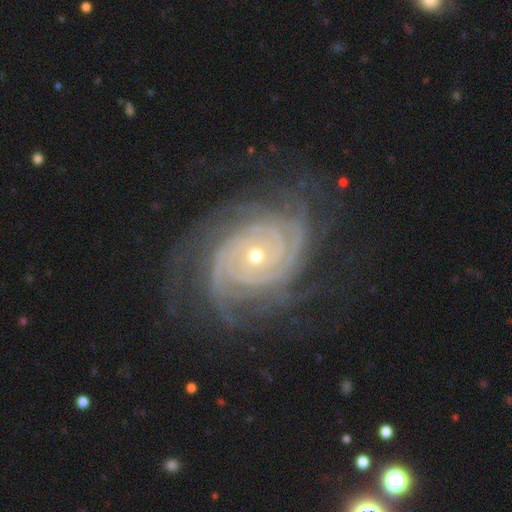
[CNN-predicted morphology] smooth_or_featured: featured or disk (p=0.91) [alt: star or artifact p=0.05]
disk_edge_on: no (p=0.97) [alt: yes p=0.03]
bar: no (p=0.78) [alt: weak p=0.15]
has_spiral_arms: yes (p=0.98) [alt: no p=0.02]
spiral_winding: tight (p=0.82) [alt: medium p=0.15]
spiral_arm_count: can't tell (p=0.21) [alt: 4 p=0.20]
bulge_size: small (p=0.61) [alt: moderate p=0.36]
merging: none (p=0.75) [alt: minor disturbance p=0.15]